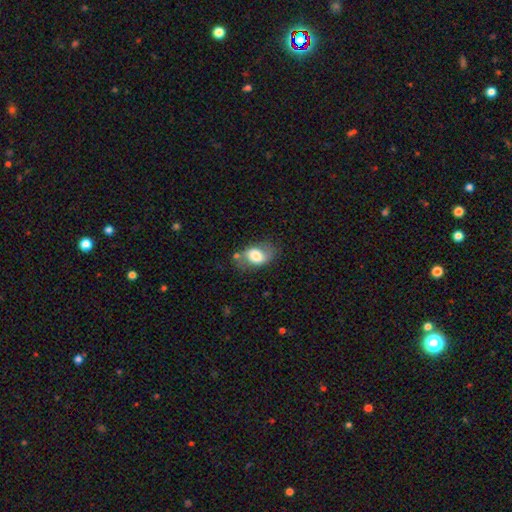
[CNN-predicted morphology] smooth-or-featured: smooth: 67% | featured or disk: 25% | star or artifact: 8%
  how-rounded: in between: 83% | round: 15% | cigar-shaped: 2%
  merging: none: 57% | minor disturbance: 26% | major disturbance: 12% | merger: 6%